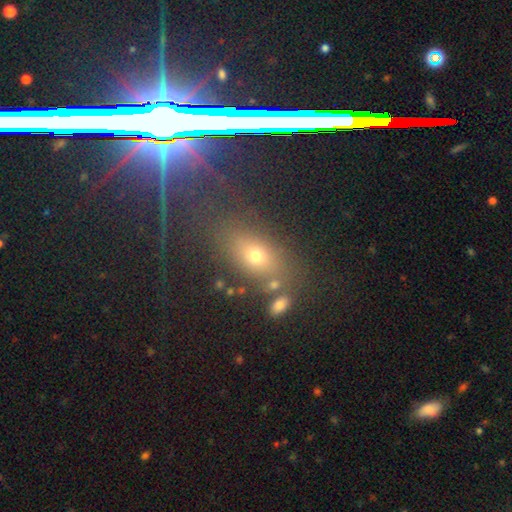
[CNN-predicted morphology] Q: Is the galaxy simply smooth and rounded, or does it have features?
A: smooth — 47%.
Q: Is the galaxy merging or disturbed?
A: none — 77%.